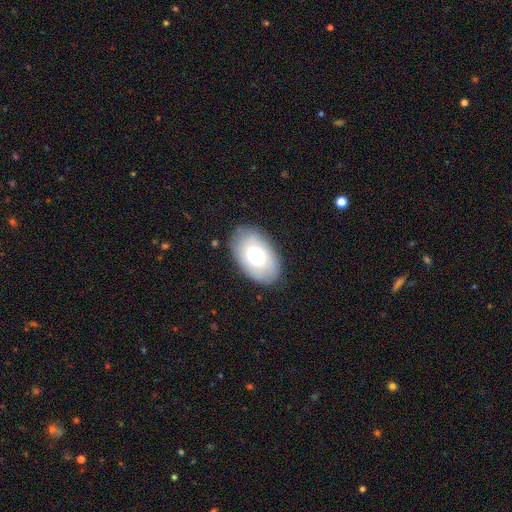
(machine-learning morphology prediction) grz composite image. It shows a smooth galaxy with no disk features (64%) that is in between round and cigar-shaped (91%). Merging: none (80%).